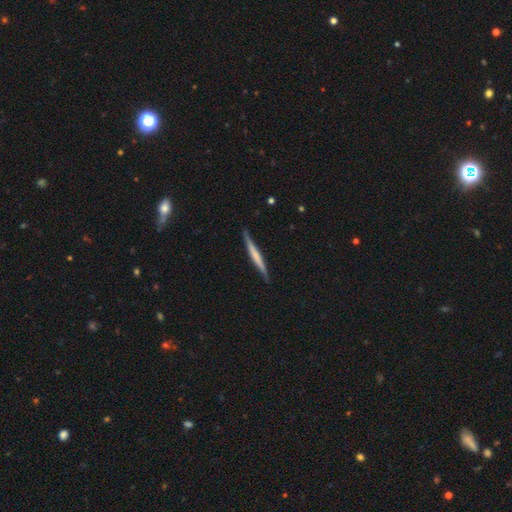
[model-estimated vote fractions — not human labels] Smooth or featured: featured or disk — 50% (smooth — 45%)
Edge-on disk: yes — 95% (no — 5%)
Merging: none — 83% (minor disturbance — 13%)